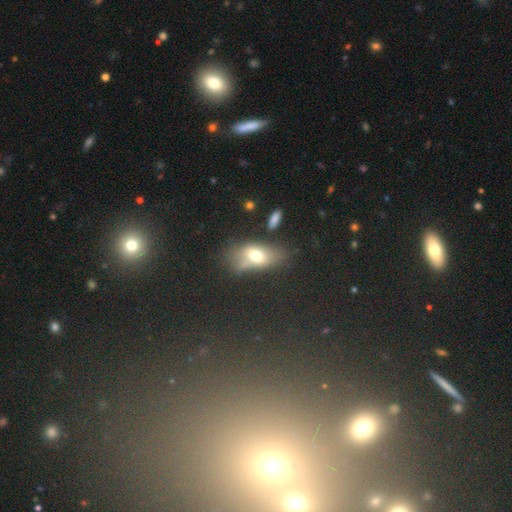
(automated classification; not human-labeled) Smooth or featured? smooth (64%)
How rounded? in between (85%)
Merging? none (41%)